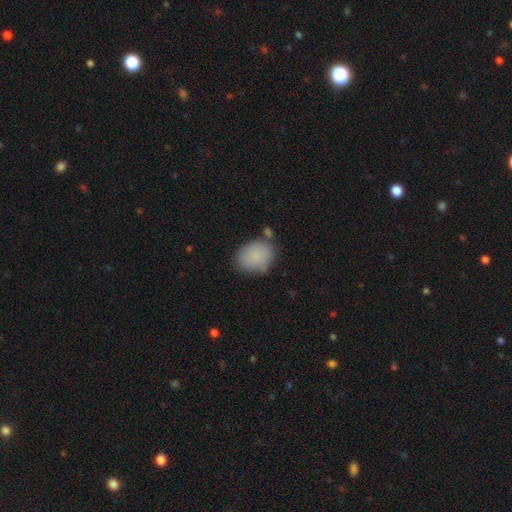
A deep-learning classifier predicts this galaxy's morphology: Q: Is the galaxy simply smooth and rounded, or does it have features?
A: smooth — 85%.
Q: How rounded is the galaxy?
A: in between — 57%.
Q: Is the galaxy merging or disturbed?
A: none — 69%.